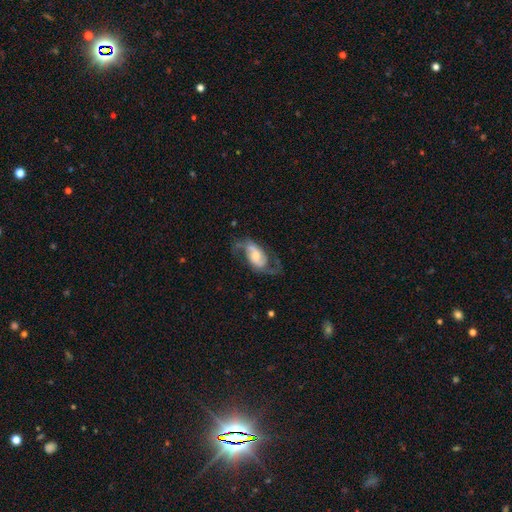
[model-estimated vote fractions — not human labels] smooth-or-featured: featured or disk: 81% | smooth: 13% | star or artifact: 6%
  disk-edge-on: no: 96% | yes: 4%
    bar: no: 49% | weak: 37% | strong: 15%
    has-spiral-arms: yes: 94% | no: 6%
      spiral-winding: loose: 45% | medium: 43% | tight: 13%
      spiral-arm-count: 2: 89% | can't tell: 4% | 1: 3% | 3: 1% | 4: 1% | more than 4: 1%
    bulge-size: moderate: 45% | small: 38% | large: 10% | none: 4% | dominant: 2%
  merging: none: 63% | minor disturbance: 18% | major disturbance: 17% | merger: 2%